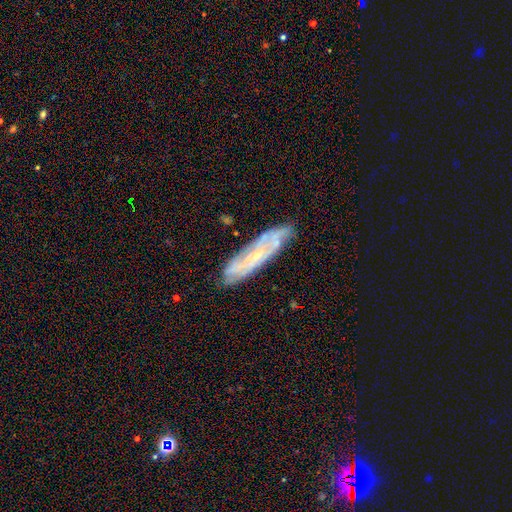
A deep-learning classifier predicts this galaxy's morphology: The model was most divided on "edge-on disk": no: 65%, yes: 35%. More confident: merging — none (81%); smooth or featured — featured or disk (66%).